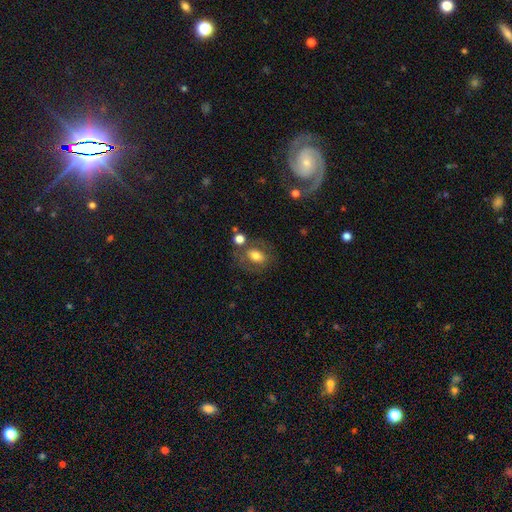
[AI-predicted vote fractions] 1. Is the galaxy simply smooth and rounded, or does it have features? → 65% smooth, 25% featured or disk, 10% star or artifact.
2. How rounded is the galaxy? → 64% in between, 34% round, 2% cigar-shaped.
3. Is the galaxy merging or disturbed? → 62% none, 15% minor disturbance, 14% merger, 9% major disturbance.